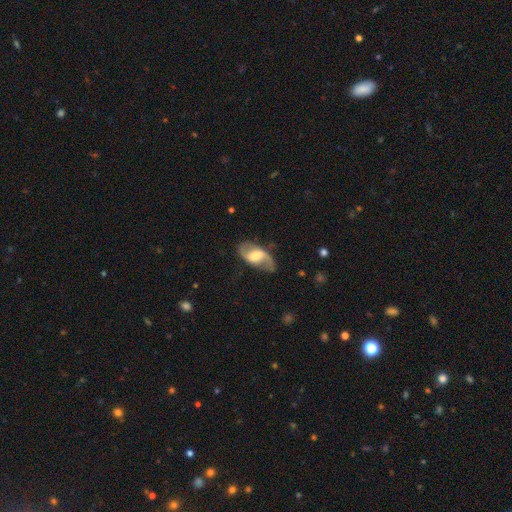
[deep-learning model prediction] smooth_or_featured: featured or disk (p=0.76) [alt: smooth p=0.18]
disk_edge_on: no (p=0.94) [alt: yes p=0.06]
bar: weak (p=0.50) [alt: strong p=0.28]
has_spiral_arms: yes (p=0.89) [alt: no p=0.11]
spiral_winding: loose (p=0.51) [alt: medium p=0.38]
spiral_arm_count: 2 (p=0.89) [alt: can't tell p=0.05]
bulge_size: moderate (p=0.42) [alt: large p=0.28]
merging: none (p=0.73) [alt: minor disturbance p=0.18]